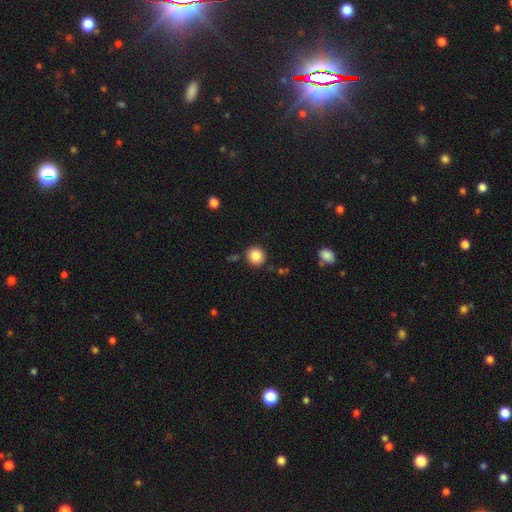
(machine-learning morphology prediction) Smooth or featured?
  - smooth: 85% *
  - star or artifact: 9%
  - featured or disk: 5%
How rounded?
  - round: 90% *
  - in between: 9%
  - cigar-shaped: 1%
Merging?
  - none: 87% *
  - minor disturbance: 8%
  - merger: 3%
  - major disturbance: 2%